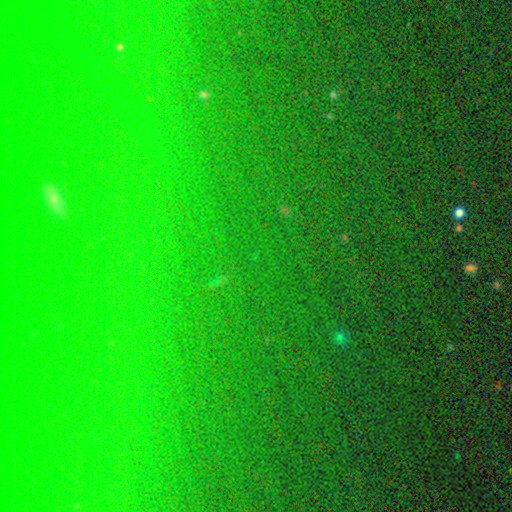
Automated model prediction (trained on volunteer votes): A star or artifact, not a galaxy (78%).